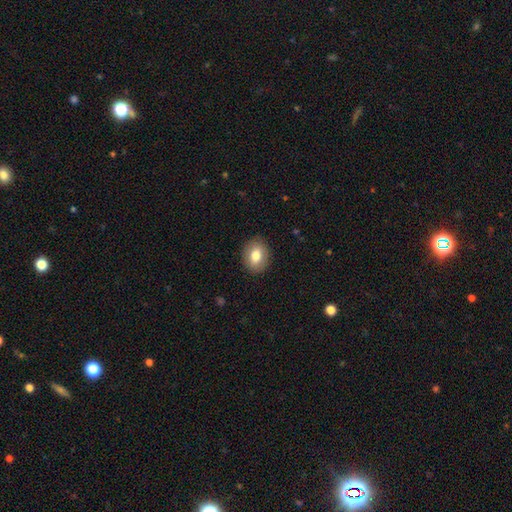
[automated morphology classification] Overall: smooth (78%). How rounded: in between (56%; round 43%). Merging: none (88%).